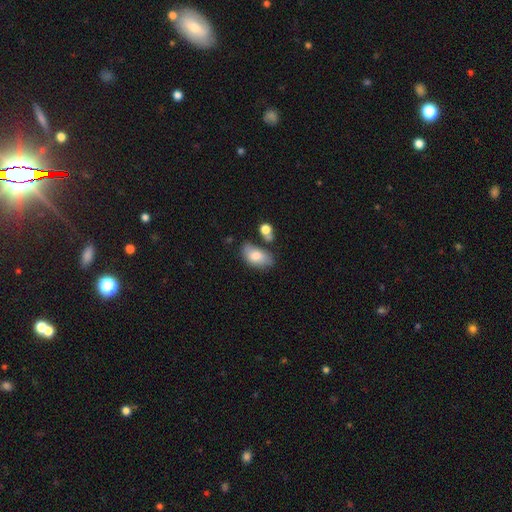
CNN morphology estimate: Smooth or featured? smooth (75%)
How rounded? in between (92%)
Merging? none (51%)